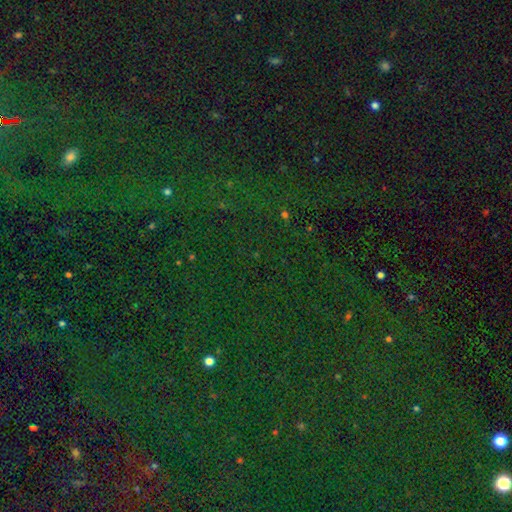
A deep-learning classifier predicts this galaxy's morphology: Smooth or featured? Predicted: star or artifact (p=0.83).